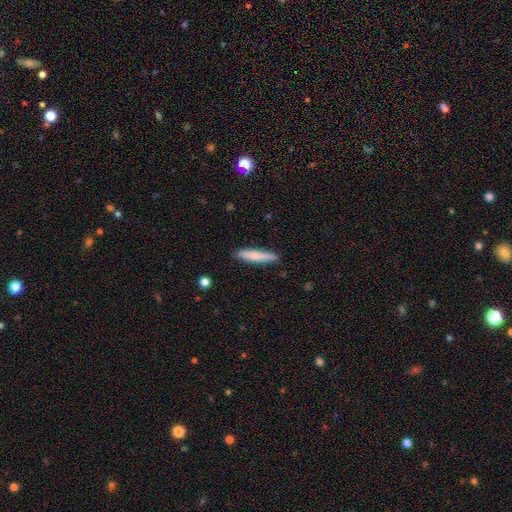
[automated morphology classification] The model was most divided on "smooth or featured": smooth: 78%, featured or disk: 16%, star or artifact: 6%. More confident: how rounded — cigar-shaped (90%); merging — none (87%).